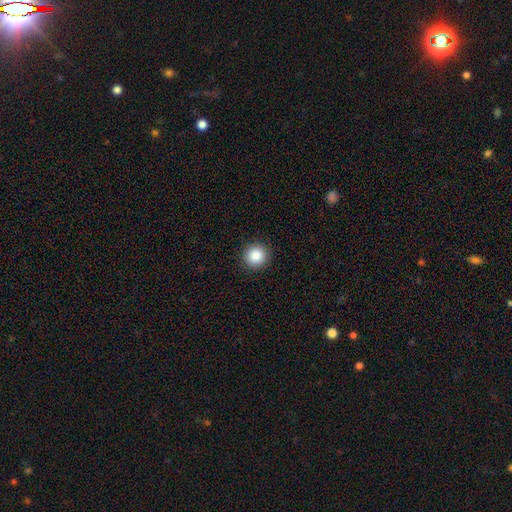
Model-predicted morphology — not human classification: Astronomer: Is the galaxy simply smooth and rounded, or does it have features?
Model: smooth — 87%.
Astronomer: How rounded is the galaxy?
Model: round — 95%.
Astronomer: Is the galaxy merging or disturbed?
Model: none — 92%.